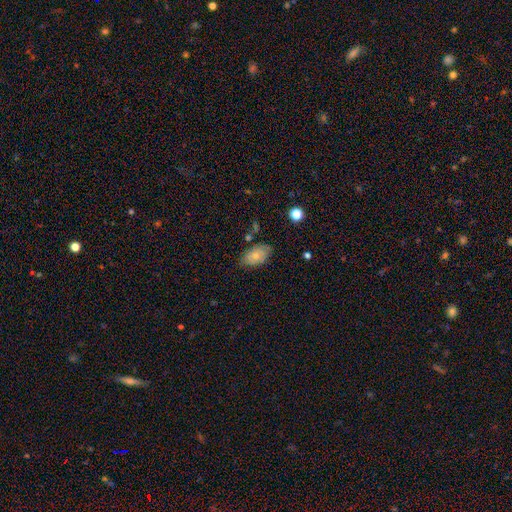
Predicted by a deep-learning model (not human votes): A smooth galaxy with no disk features (71%) that is in between round and cigar-shaped (92%). Merging: none (69%).